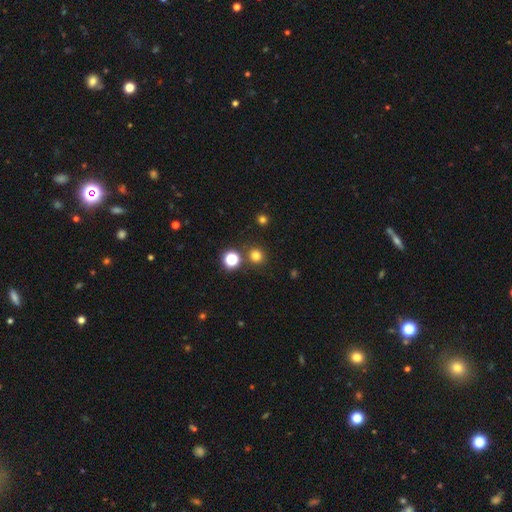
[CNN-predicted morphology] A smooth galaxy with no disk features (76%) that is round (92%). Merging: none (84%).